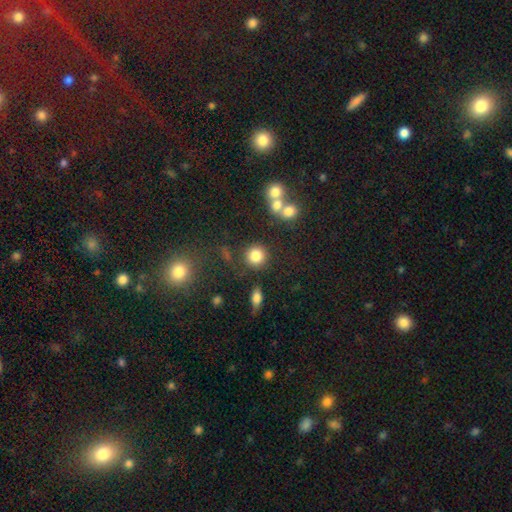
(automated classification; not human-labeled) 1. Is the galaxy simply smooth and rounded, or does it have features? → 82% smooth, 11% star or artifact, 7% featured or disk.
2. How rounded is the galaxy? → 90% round, 9% in between, 1% cigar-shaped.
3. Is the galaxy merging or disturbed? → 79% none, 10% minor disturbance, 7% merger, 4% major disturbance.